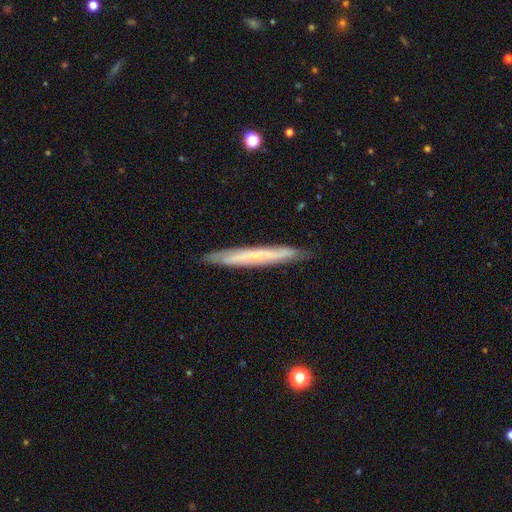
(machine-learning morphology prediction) Smooth or featured: featured or disk — 50% (smooth — 43%)
Merging: none — 87% (minor disturbance — 10%)